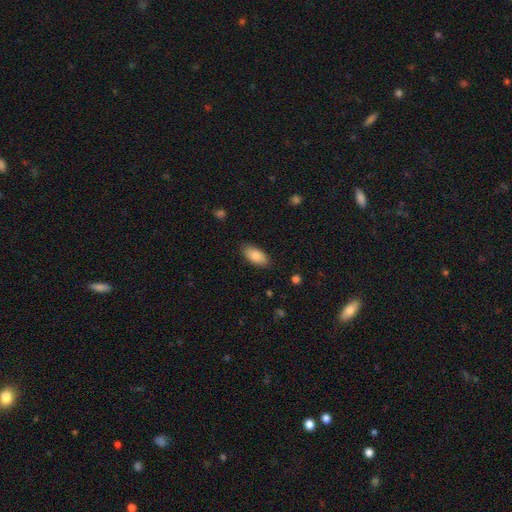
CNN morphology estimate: Smooth or featured: smooth — 84% (featured or disk — 10%)
How rounded: in between — 92% (cigar-shaped — 6%)
Merging: none — 86% (minor disturbance — 11%)